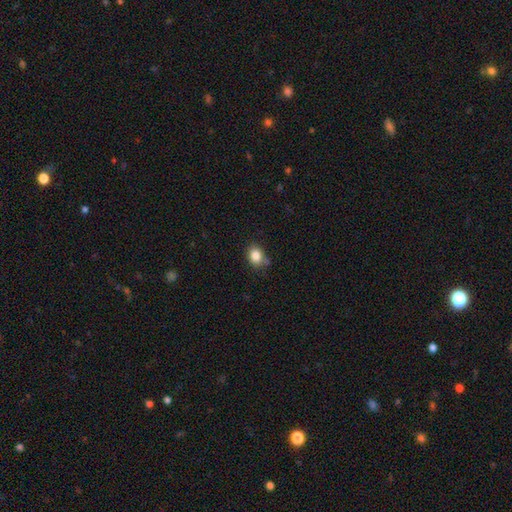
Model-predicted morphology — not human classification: Smooth or featured?
  - smooth: 84% *
  - star or artifact: 10%
  - featured or disk: 6%
How rounded?
  - round: 51% *
  - in between: 48%
  - cigar-shaped: 1%
Merging?
  - none: 68% *
  - minor disturbance: 22%
  - merger: 6%
  - major disturbance: 4%